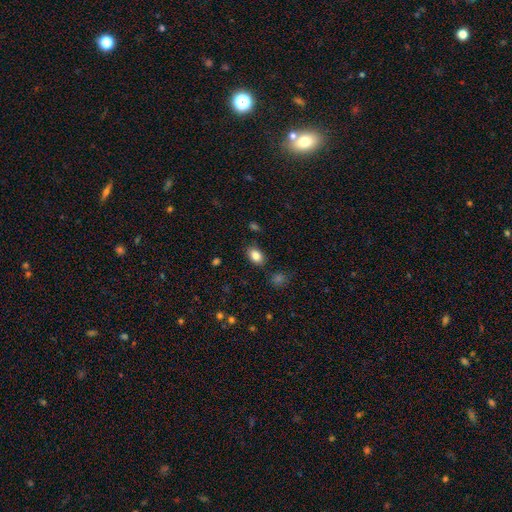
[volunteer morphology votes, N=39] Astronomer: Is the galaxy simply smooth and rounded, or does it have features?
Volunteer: smooth — 79%.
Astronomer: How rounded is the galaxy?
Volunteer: in between — 84%.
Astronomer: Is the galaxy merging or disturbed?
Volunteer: none — 89%.